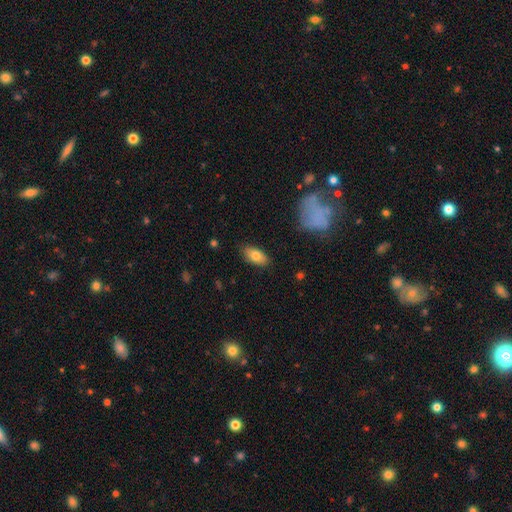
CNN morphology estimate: smooth 79%, featured or disk 14%, star or artifact 7%. Down the decision tree: how rounded — in between (90%); merging — none (84%).